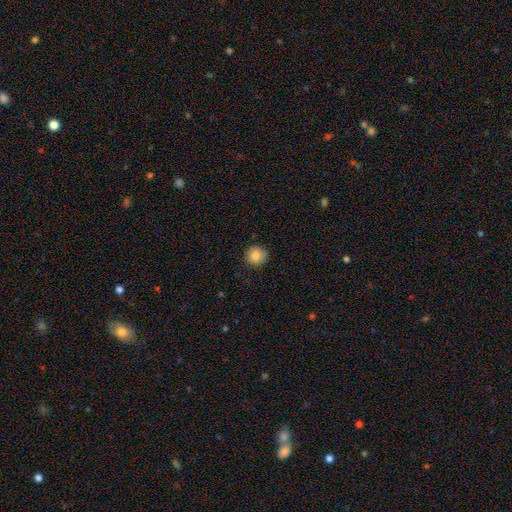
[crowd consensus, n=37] Smooth or featured? 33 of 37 (89%) said smooth. How rounded? 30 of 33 (91%) said round. Merging? 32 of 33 (97%) said none.